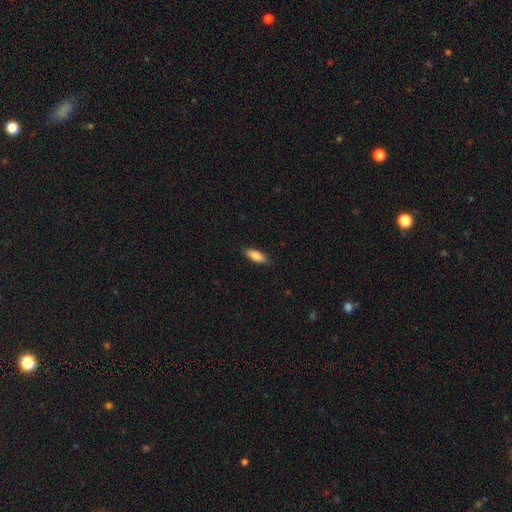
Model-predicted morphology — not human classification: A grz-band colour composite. It shows a smooth galaxy with no disk features (84%) that is in between round and cigar-shaped (66%). Merging: none (85%).